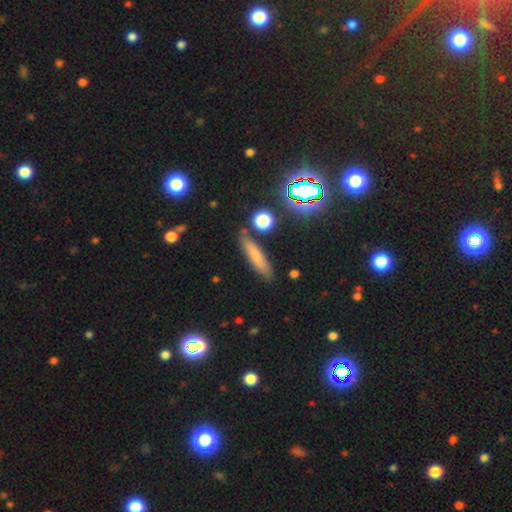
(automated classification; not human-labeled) smooth_or_featured: smooth (p=0.68) [alt: featured or disk p=0.19]
how_rounded: cigar-shaped (p=0.82) [alt: in between p=0.15]
merging: none (p=0.84) [alt: minor disturbance p=0.10]